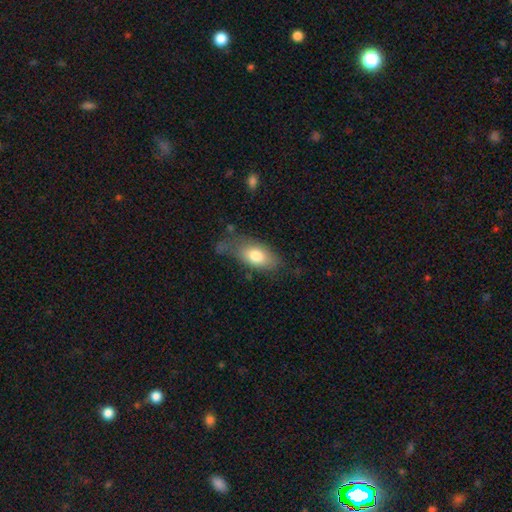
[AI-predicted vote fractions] This is likely a smooth galaxy (76%). How rounded: clearly in between (88%). Merging: possibly none (52%).